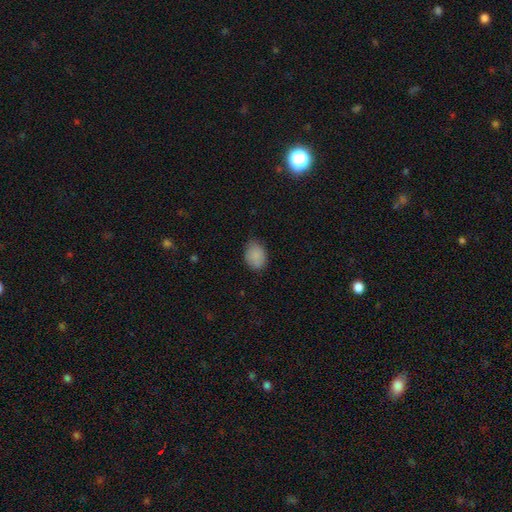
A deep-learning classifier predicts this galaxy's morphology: The model was most divided on "how rounded": in between: 70%, round: 29%, cigar-shaped: 1%. More confident: smooth or featured — smooth (87%); merging — none (72%).